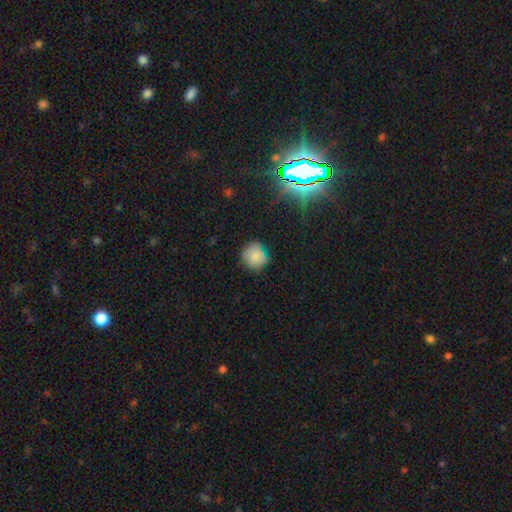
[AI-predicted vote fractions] Smooth or featured: smooth — 83% (star or artifact — 11%)
How rounded: round — 91% (in between — 8%)
Merging: none — 81% (minor disturbance — 14%)